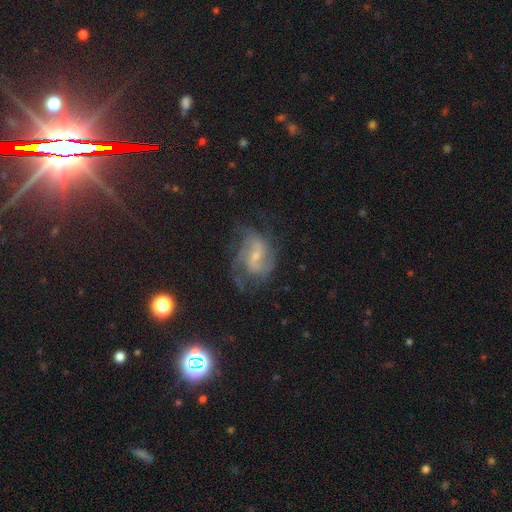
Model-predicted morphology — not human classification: type=featured or disk (79%); edge-on=no (97%); bar=weak (51%); spiral arms=yes (91%); winding=medium (49%); arm count=2 (35%); bulge=small (66%); merging=none (55%).